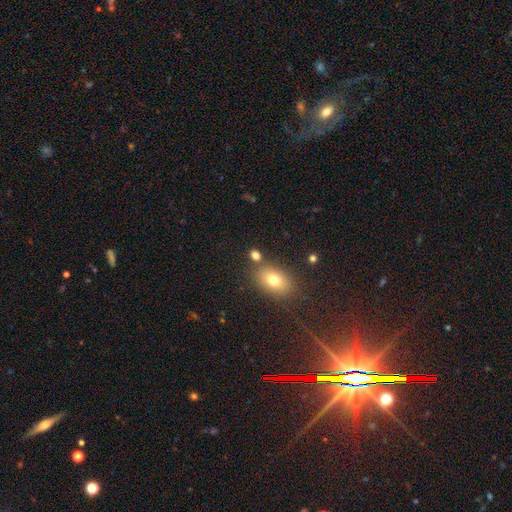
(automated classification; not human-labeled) Smooth or featured?
  - smooth: 76% *
  - star or artifact: 15%
  - featured or disk: 9%
How rounded?
  - in between: 54% *
  - round: 43%
  - cigar-shaped: 3%
Merging?
  - none: 72% *
  - merger: 13%
  - minor disturbance: 11%
  - major disturbance: 4%